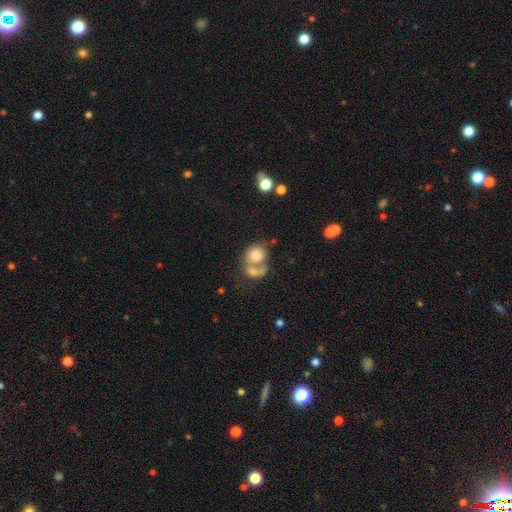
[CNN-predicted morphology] A smooth galaxy with no disk features (75%) that is round (61%). Merging: merger (62%).